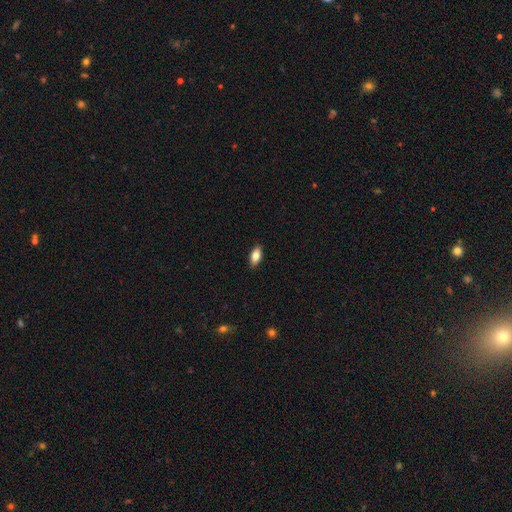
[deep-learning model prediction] Smooth or featured?
  - smooth: 80% *
  - featured or disk: 13%
  - star or artifact: 7%
How rounded?
  - in between: 88% *
  - cigar-shaped: 9%
  - round: 3%
Merging?
  - none: 89% *
  - minor disturbance: 8%
  - major disturbance: 2%
  - merger: 1%